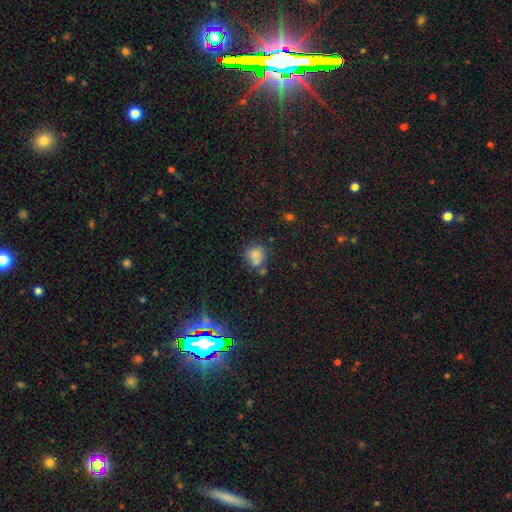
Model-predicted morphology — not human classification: type=smooth (73%); roundness=round (72%); merging=none (48%).